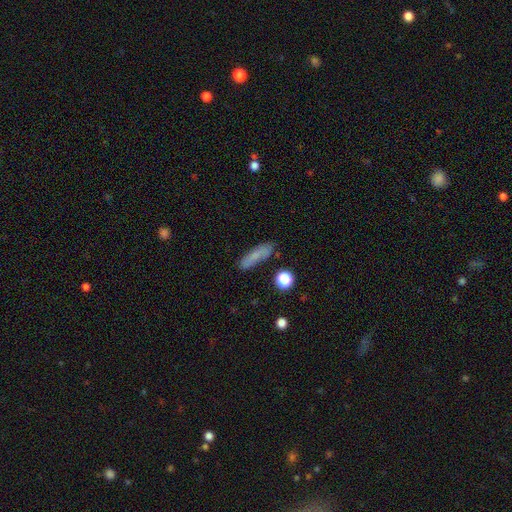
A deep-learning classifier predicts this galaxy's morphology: This is likely a smooth galaxy (75%). How rounded: likely cigar-shaped (69%). Merging: likely none (77%).